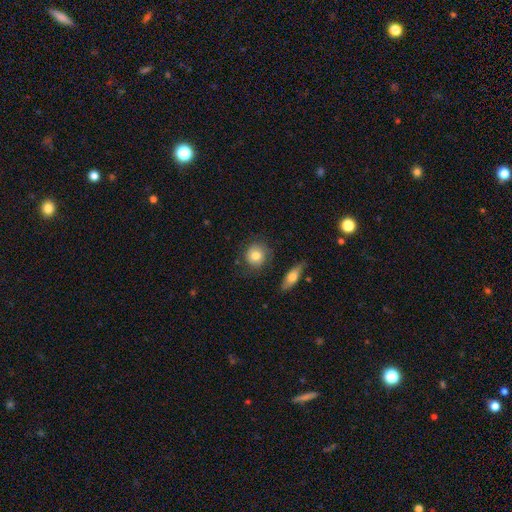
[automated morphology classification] Q: Smooth or featured?
A: smooth (77%); runner-up: featured or disk (16%)
Q: How rounded?
A: round (85%); runner-up: in between (14%)
Q: Merging?
A: none (76%); runner-up: minor disturbance (15%)